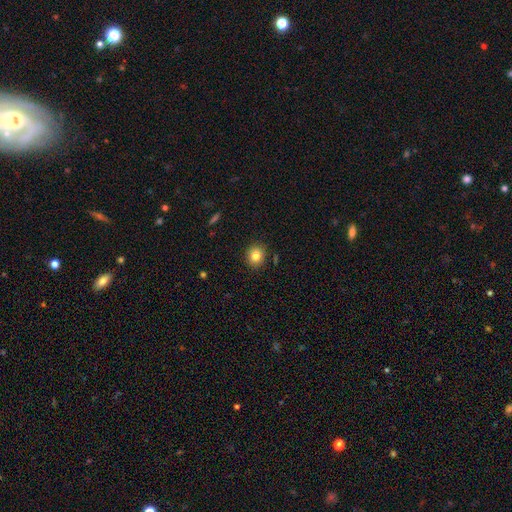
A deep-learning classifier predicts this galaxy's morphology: smooth_or_featured: smooth (p=0.82) [alt: star or artifact p=0.11]
how_rounded: round (p=0.82) [alt: in between p=0.17]
merging: none (p=0.89) [alt: minor disturbance p=0.08]